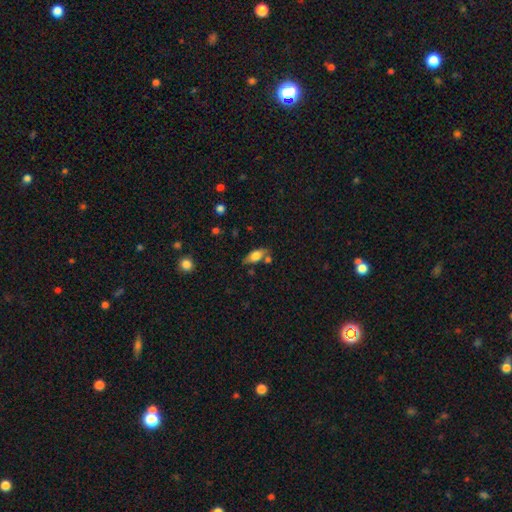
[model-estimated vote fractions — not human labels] Morphology: type=smooth (67%); roundness=in between (81%); merging=none (66%).